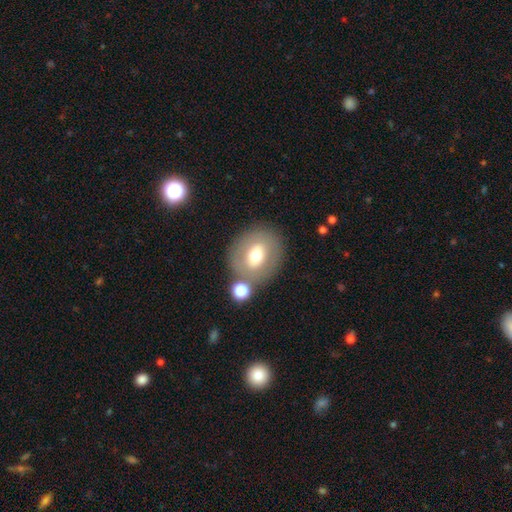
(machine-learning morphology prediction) The model was most divided on "smooth or featured": smooth: 57%, featured or disk: 33%, star or artifact: 9%. More confident: merging — none (73%); how rounded — round (70%).